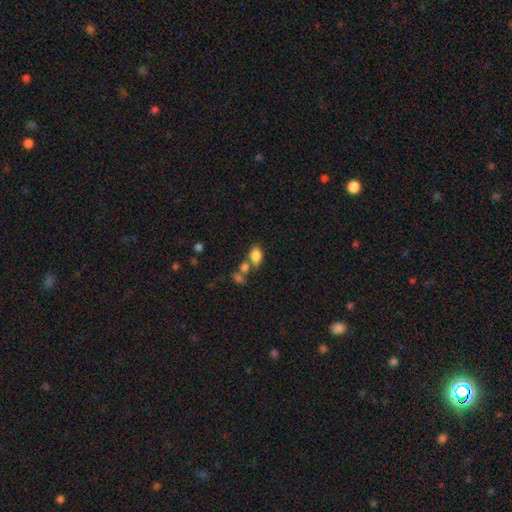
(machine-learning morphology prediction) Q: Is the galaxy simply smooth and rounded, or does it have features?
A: smooth — 82%.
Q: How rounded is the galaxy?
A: in between — 80%.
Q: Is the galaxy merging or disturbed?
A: none — 45%.